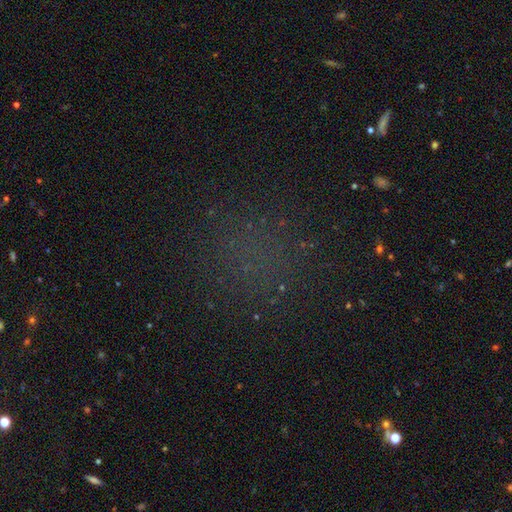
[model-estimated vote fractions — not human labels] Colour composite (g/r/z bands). It shows a star or artifact, not a galaxy (48%).